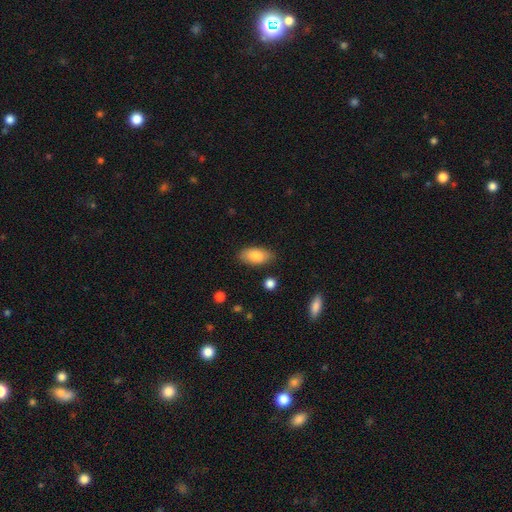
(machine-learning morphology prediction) The model was most divided on "merging": none: 83%, minor disturbance: 13%, major disturbance: 3%, merger: 2%. More confident: how rounded — in between (91%); smooth or featured — smooth (83%).